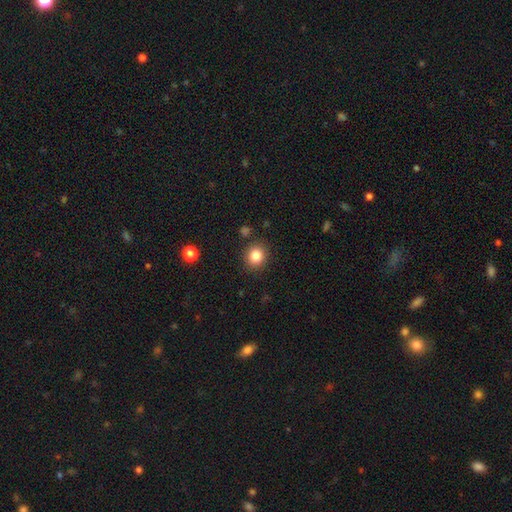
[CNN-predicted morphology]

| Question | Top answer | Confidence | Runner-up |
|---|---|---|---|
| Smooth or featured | smooth | 84% | star or artifact (11%) |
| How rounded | round | 82% | in between (17%) |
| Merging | none | 88% | minor disturbance (8%) |